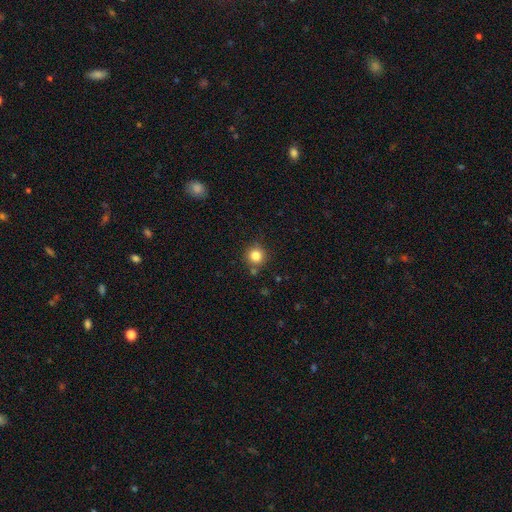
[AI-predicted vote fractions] The model was most divided on "smooth or featured": smooth: 83%, star or artifact: 12%, featured or disk: 6%. More confident: how rounded — round (94%); merging — none (82%).